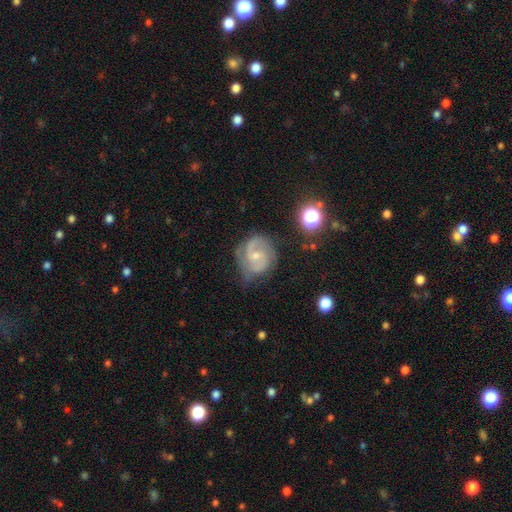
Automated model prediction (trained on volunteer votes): A featured or disk galaxy (83%) with no bar (50%), 2 (75%) medium (48%) spiral arms (95%) and a small central bulge (59%). Merging: none (61%).